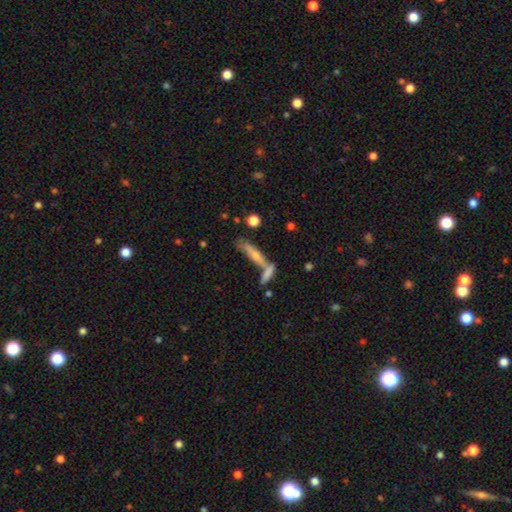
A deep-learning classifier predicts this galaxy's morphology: This is possibly a smooth galaxy (59%). How rounded: clearly cigar-shaped (80%). Merging: marginally none (45%).